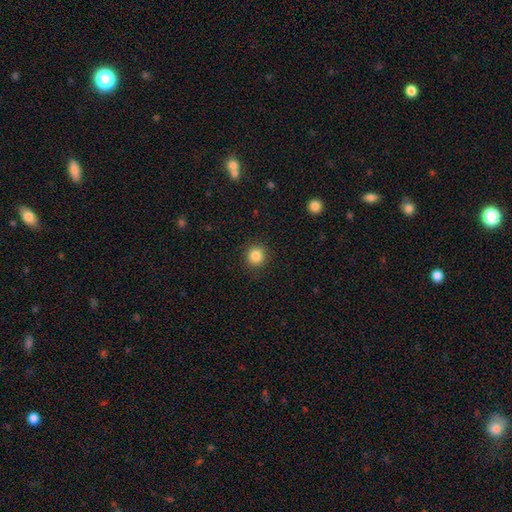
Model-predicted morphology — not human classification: smooth 86%, star or artifact 10%, featured or disk 4%. Down the decision tree: how rounded — round (92%); merging — none (91%).